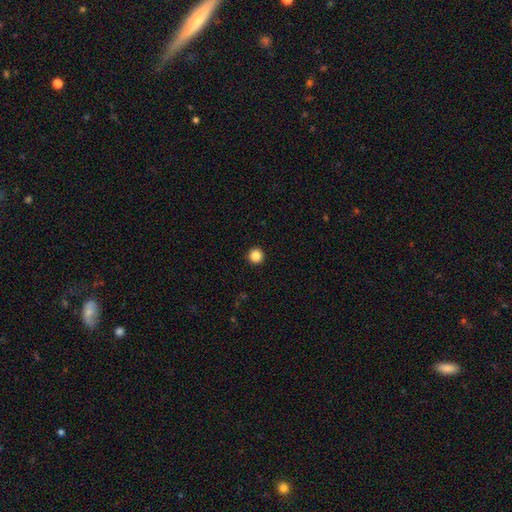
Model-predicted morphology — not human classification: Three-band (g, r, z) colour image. It shows a smooth galaxy with no disk features (87%) that is round (96%). Merging: none (94%).